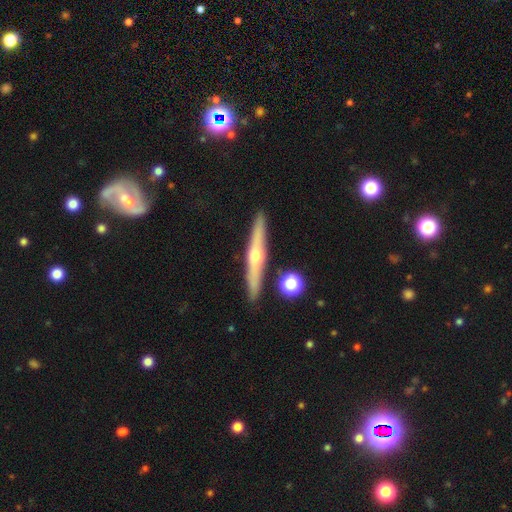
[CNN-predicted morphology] This appears to be a featured or disk galaxy (74%) viewed edge-on (96%) with a rounded central bulge (84%). Merging: none (88%).